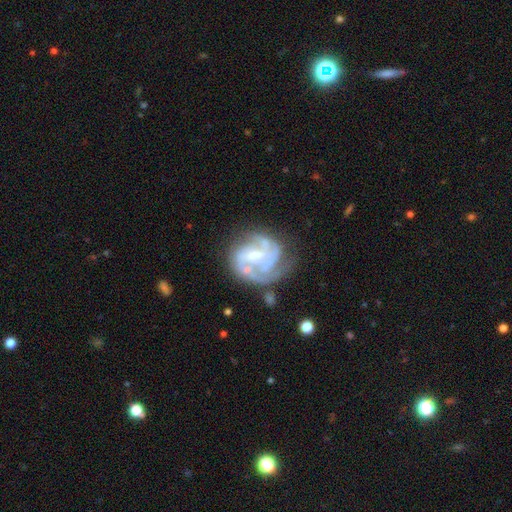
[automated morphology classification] A featured or disk galaxy (85%) with a weak bar (49%), 2 (31%) tight (53%) spiral arms (93%) and a small central bulge (49%). Merging: none (56%).